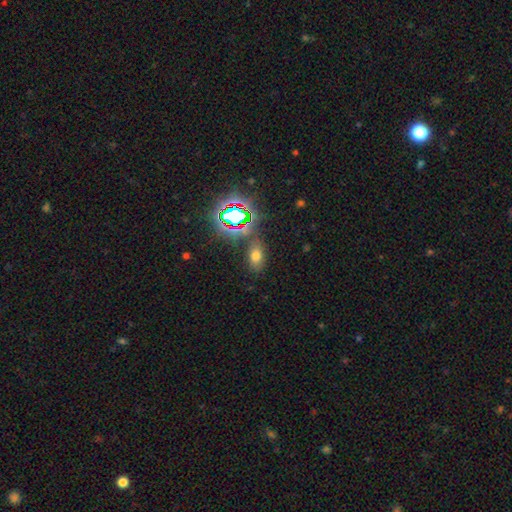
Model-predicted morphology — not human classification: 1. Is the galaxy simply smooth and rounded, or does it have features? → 59% smooth, 30% star or artifact, 11% featured or disk.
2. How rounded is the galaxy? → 85% in between, 11% round, 3% cigar-shaped.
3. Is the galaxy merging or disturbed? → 77% none, 12% minor disturbance, 6% merger, 5% major disturbance.